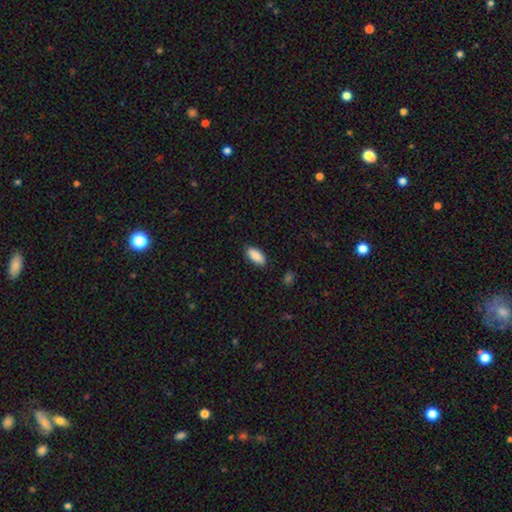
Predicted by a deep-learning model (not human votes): smooth_or_featured: smooth (p=0.90) [alt: star or artifact p=0.06]
how_rounded: in between (p=0.89) [alt: cigar-shaped p=0.09]
merging: none (p=0.87) [alt: minor disturbance p=0.10]